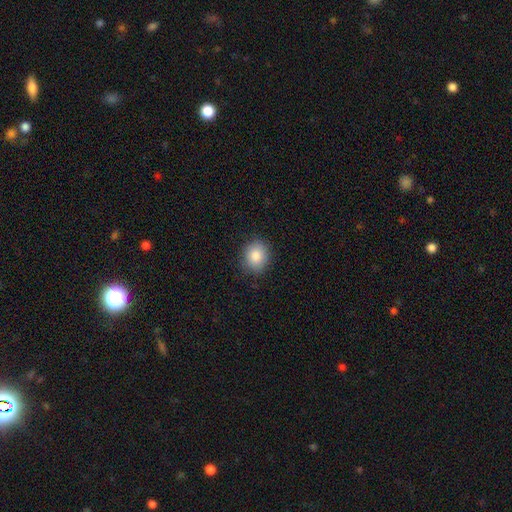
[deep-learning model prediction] smooth_or_featured: smooth (p=0.85) [alt: star or artifact p=0.09]
how_rounded: round (p=0.67) [alt: in between p=0.32]
merging: none (p=0.84) [alt: minor disturbance p=0.12]